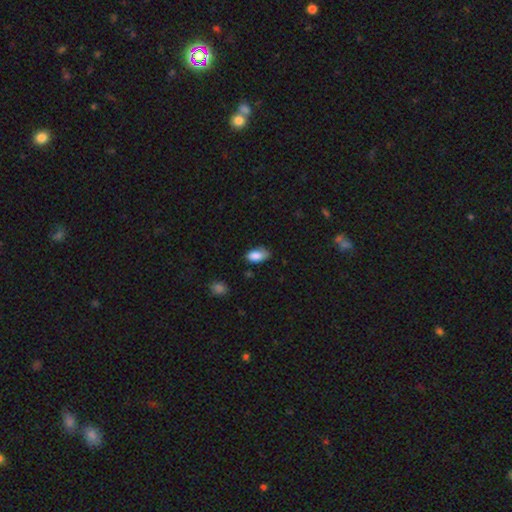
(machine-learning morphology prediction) type=smooth (86%); roundness=in between (92%); merging=none (62%).